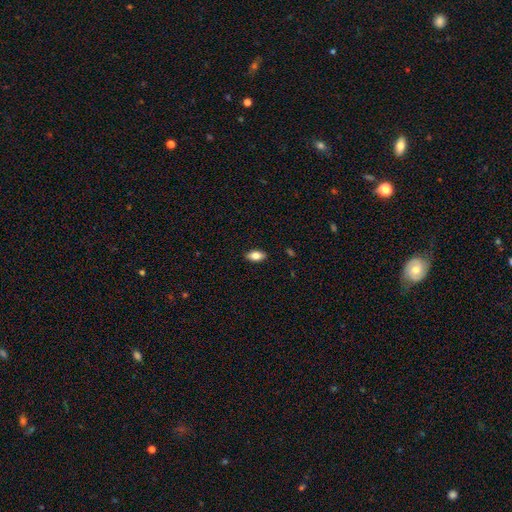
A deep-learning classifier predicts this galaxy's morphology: This appears to be a smooth galaxy with no disk features (82%) that is in between round and cigar-shaped (90%). Merging: none (89%).